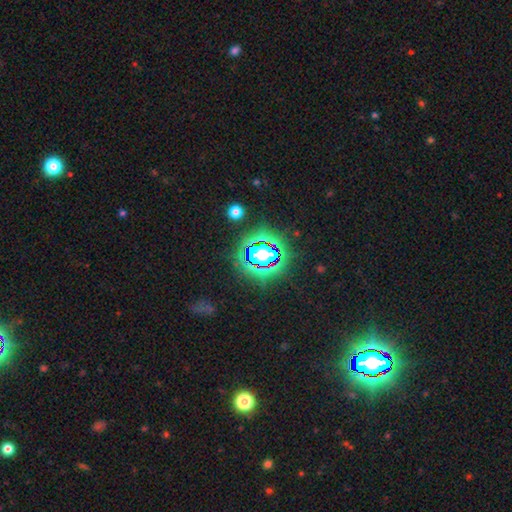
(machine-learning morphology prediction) A star or artifact, not a galaxy (82%).

Vote fractions:
- Smooth or featured? star or artifact: 82% / smooth: 11% / featured or disk: 7%